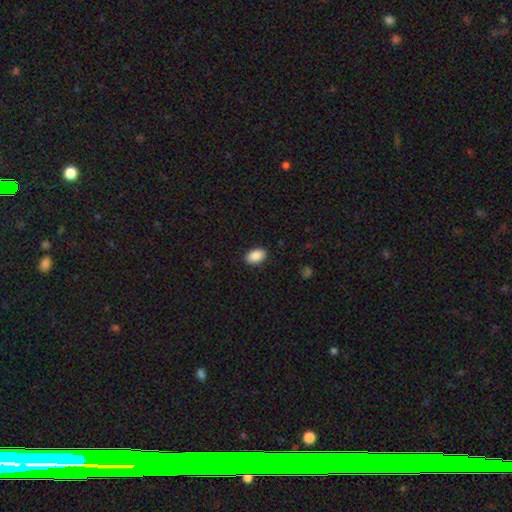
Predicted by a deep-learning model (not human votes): Q: Smooth or featured?
A: smooth (90%); runner-up: star or artifact (7%)
Q: How rounded?
A: in between (90%); runner-up: round (9%)
Q: Merging?
A: none (88%); runner-up: minor disturbance (9%)